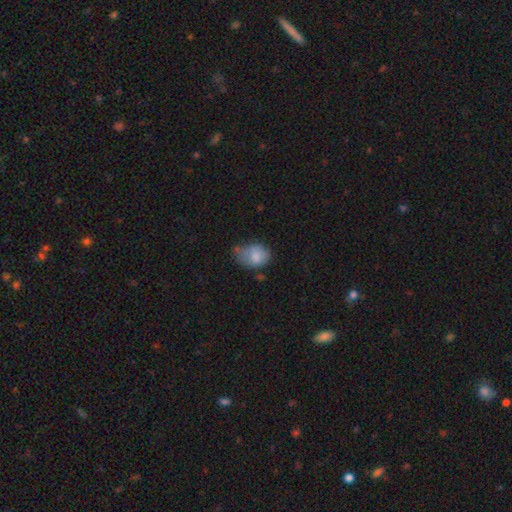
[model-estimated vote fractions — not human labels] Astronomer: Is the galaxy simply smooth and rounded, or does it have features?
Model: smooth — 77%.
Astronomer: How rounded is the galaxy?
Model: in between — 73%.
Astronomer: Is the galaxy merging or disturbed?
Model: minor disturbance — 41% (runner-up: none, 30%).